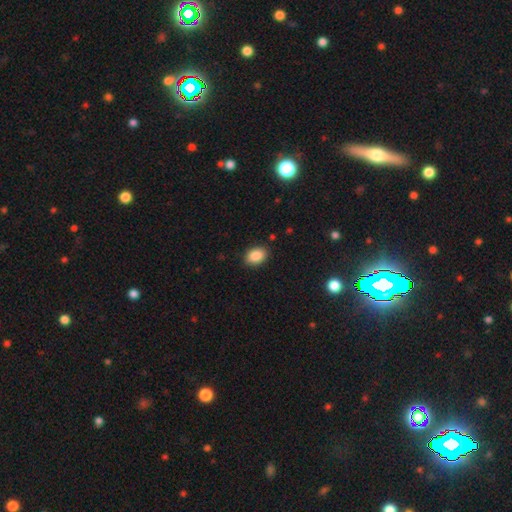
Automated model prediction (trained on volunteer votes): smooth-or-featured: smooth: 88% | star or artifact: 8% | featured or disk: 4%
  how-rounded: in between: 76% | round: 23% | cigar-shaped: 1%
  merging: none: 87% | minor disturbance: 9% | major disturbance: 2% | merger: 1%